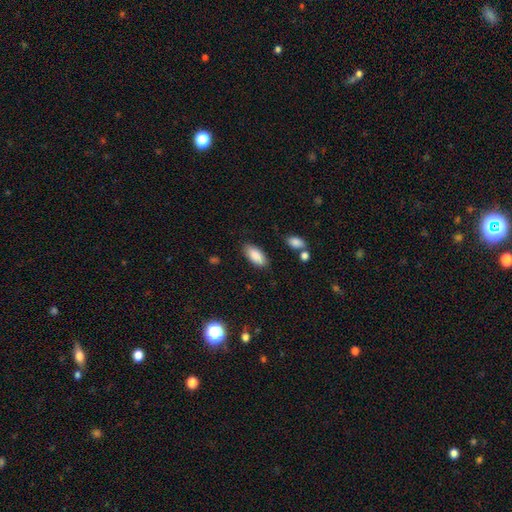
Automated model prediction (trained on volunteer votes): Q: Smooth or featured?
A: smooth (88%); runner-up: star or artifact (7%)
Q: How rounded?
A: in between (89%); runner-up: cigar-shaped (9%)
Q: Merging?
A: none (84%); runner-up: minor disturbance (11%)